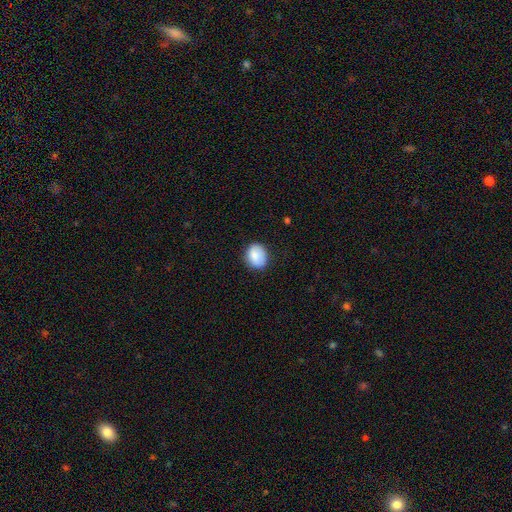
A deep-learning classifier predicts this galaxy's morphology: Smooth or featured? smooth (86%)
How rounded? round (54%)
Merging? none (78%)